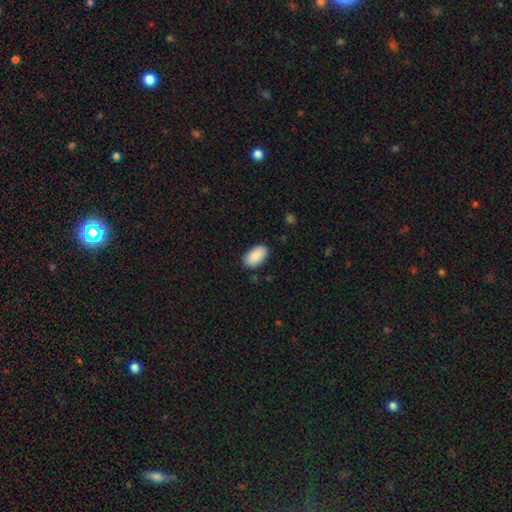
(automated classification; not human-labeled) Smooth or featured?
  - smooth: 90% *
  - star or artifact: 6%
  - featured or disk: 4%
How rounded?
  - in between: 95% *
  - round: 3%
  - cigar-shaped: 2%
Merging?
  - none: 85% *
  - minor disturbance: 11%
  - major disturbance: 2%
  - merger: 1%